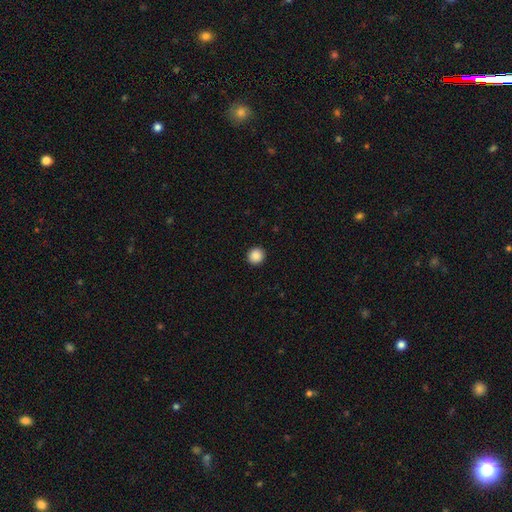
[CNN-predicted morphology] smooth_or_featured: smooth (p=0.88) [alt: star or artifact p=0.09]
how_rounded: round (p=0.93) [alt: in between p=0.06]
merging: none (p=0.93) [alt: minor disturbance p=0.04]